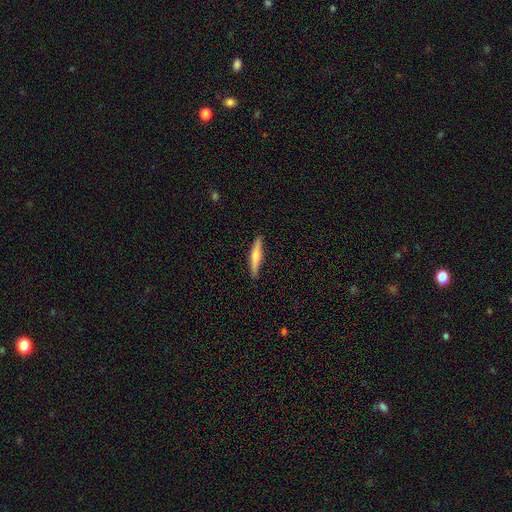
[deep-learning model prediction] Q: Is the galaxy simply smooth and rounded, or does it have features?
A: featured or disk — 51%.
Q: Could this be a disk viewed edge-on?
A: yes — 96%.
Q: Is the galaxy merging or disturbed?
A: none — 90%.